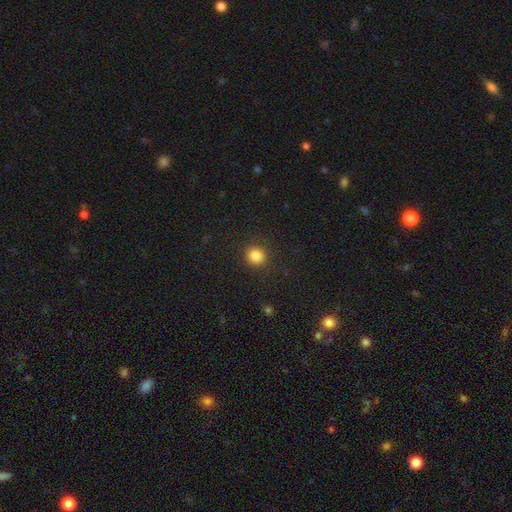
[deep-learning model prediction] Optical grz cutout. It shows a smooth galaxy with no disk features (85%) that is round (88%). Merging: none (89%).